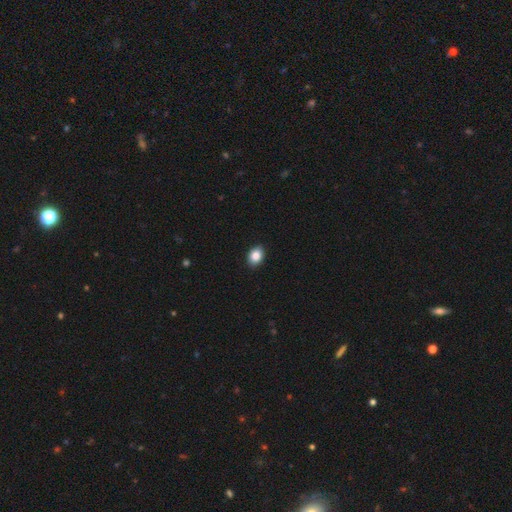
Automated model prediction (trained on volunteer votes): A smooth galaxy with no disk features (86%) that is in between round and cigar-shaped (74%).

Vote fractions:
- Smooth or featured? smooth: 86% / star or artifact: 8% / featured or disk: 5%
- How rounded? in between: 74% / round: 25% / cigar-shaped: 1%
- Merging? none: 91% / minor disturbance: 7% / major disturbance: 2% / merger: 1%